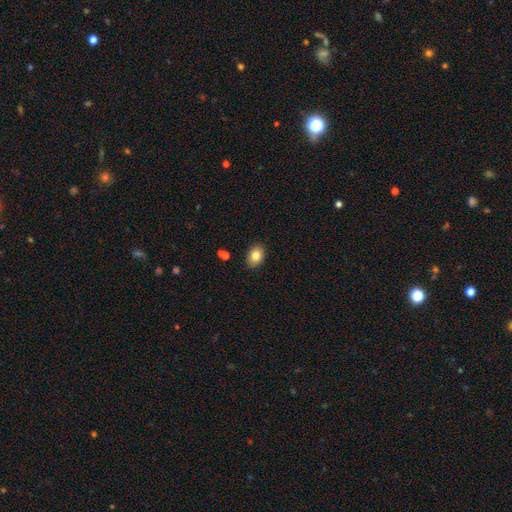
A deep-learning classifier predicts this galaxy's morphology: Smooth or featured? smooth (83%)
How rounded? in between (72%)
Merging? none (88%)